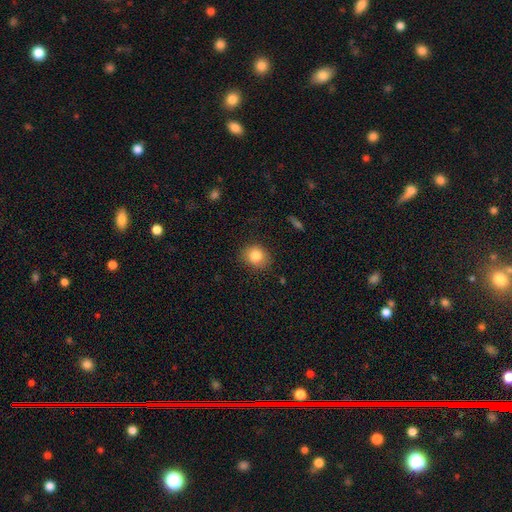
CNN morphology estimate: smooth_or_featured: smooth (p=0.82) [alt: star or artifact p=0.10]
how_rounded: round (p=0.68) [alt: in between p=0.31]
merging: none (p=0.85) [alt: minor disturbance p=0.12]